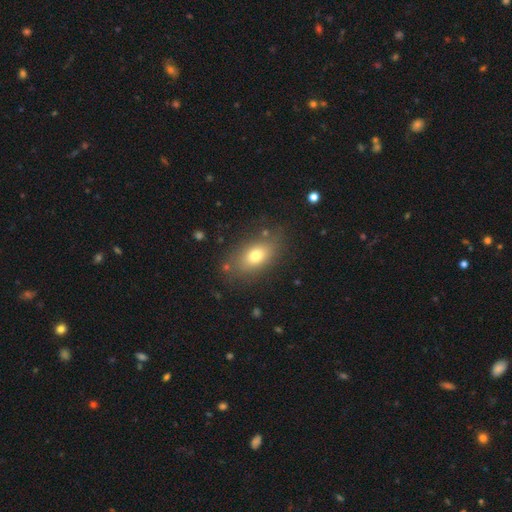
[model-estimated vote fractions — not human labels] Overall: smooth (74%). How rounded: in between (83%). Merging: none (79%).